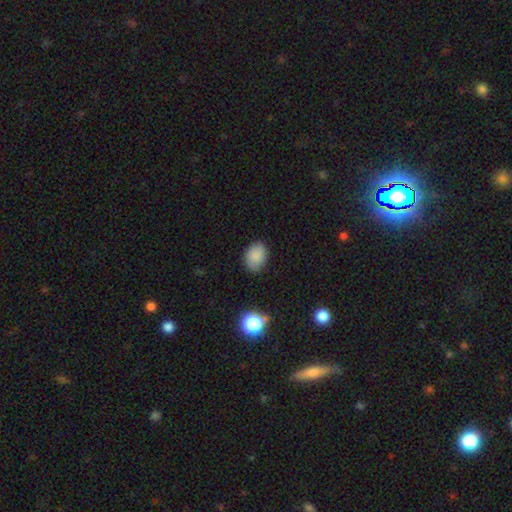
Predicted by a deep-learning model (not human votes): A smooth galaxy with no disk features (85%) that is in between round and cigar-shaped (70%). Merging: none (78%).